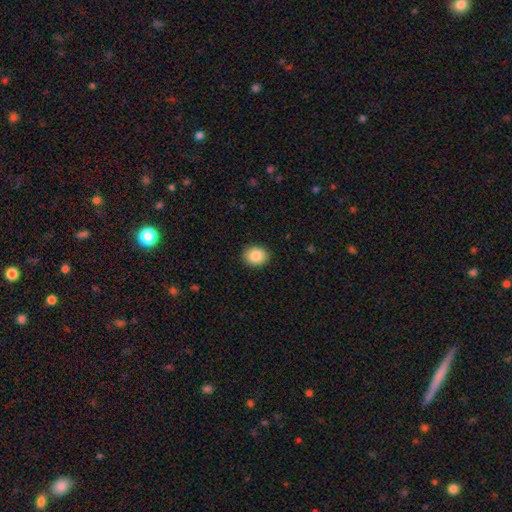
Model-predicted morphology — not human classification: Smooth or featured: smooth — 87% (star or artifact — 8%)
How rounded: round — 61% (in between — 38%)
Merging: none — 91% (minor disturbance — 7%)